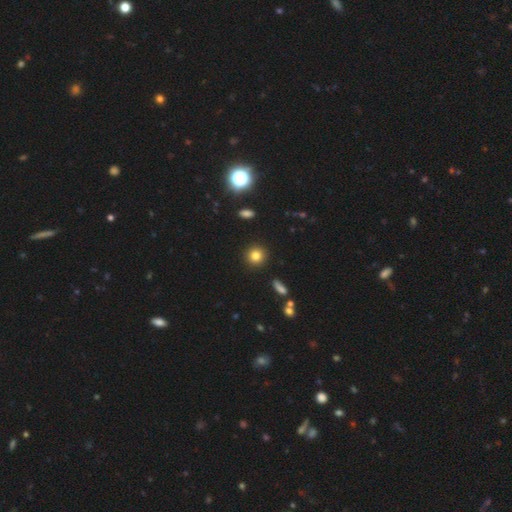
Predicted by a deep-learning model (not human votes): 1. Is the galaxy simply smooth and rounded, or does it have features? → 80% smooth, 13% star or artifact, 7% featured or disk.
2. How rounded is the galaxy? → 92% round, 7% in between, 1% cigar-shaped.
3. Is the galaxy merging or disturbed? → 91% none, 5% minor disturbance, 2% major disturbance, 2% merger.